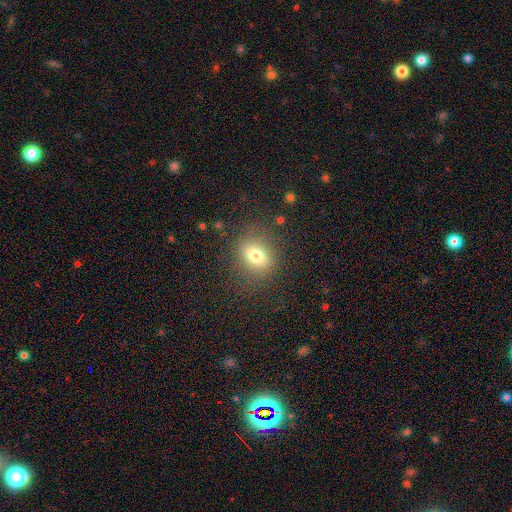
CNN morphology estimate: This is likely a smooth galaxy (74%). How rounded: possibly in between (54%). Merging: likely none (79%).